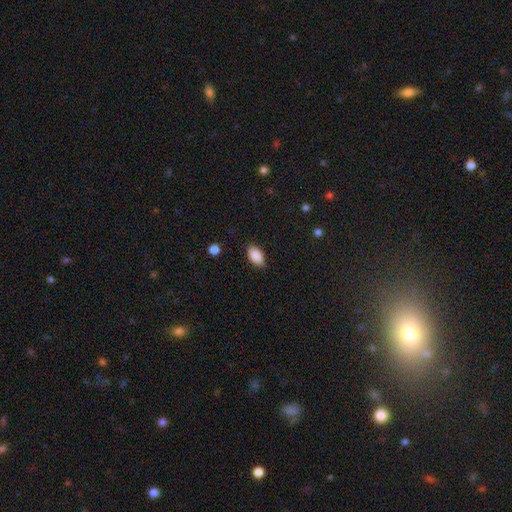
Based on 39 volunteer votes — Q: Smooth or featured?
A: smooth (87%); runner-up: star or artifact (8%)
Q: How rounded?
A: in between (97%); runner-up: round (3%)
Q: Merging?
A: none (86%); runner-up: minor disturbance (14%)